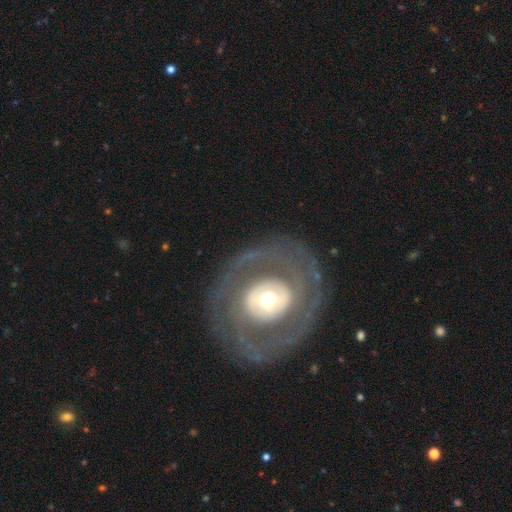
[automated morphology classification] Smooth or featured? featured or disk (74%)
Edge-on disk? no (96%)
Bar? no (66%)
Spiral arms? yes (50%, tied with no)
Bulge size? moderate (57%)
Merging? none (79%)